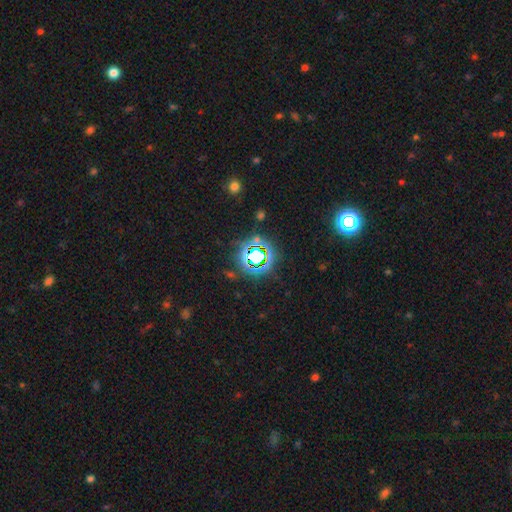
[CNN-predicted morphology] star or artifact 72%, smooth 18%, featured or disk 10%.